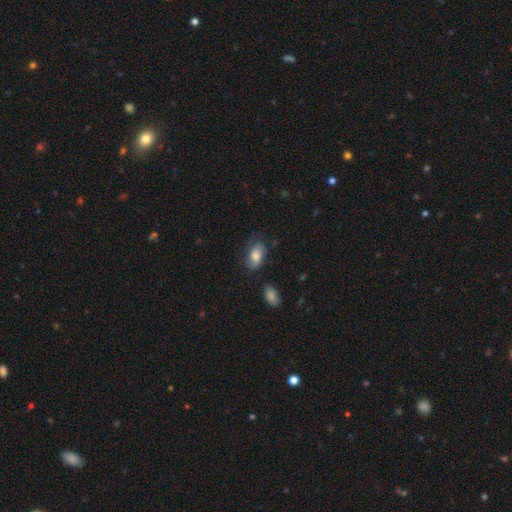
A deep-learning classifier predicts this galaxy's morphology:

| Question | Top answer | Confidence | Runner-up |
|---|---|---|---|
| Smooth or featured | smooth | 75% | featured or disk (17%) |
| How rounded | in between | 90% | round (7%) |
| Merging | none | 64% | minor disturbance (25%) |